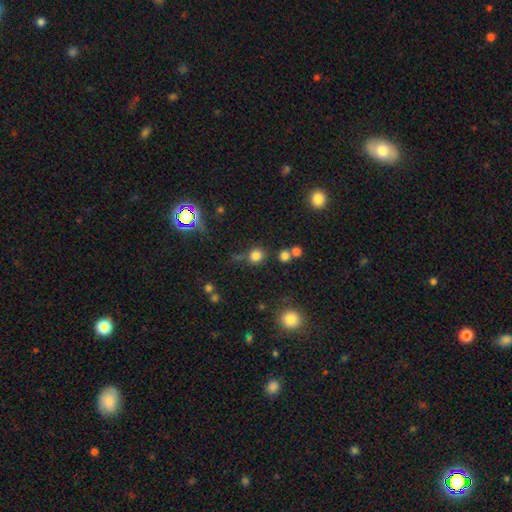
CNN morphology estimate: This is likely a smooth galaxy (78%). How rounded: clearly round (86%). Merging: likely none (73%).